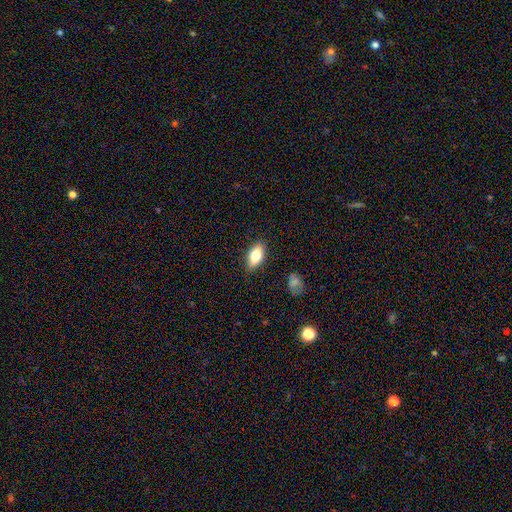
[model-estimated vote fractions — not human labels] Smooth or featured: smooth — 77% (featured or disk — 16%)
How rounded: in between — 87% (cigar-shaped — 9%)
Merging: none — 85% (minor disturbance — 11%)